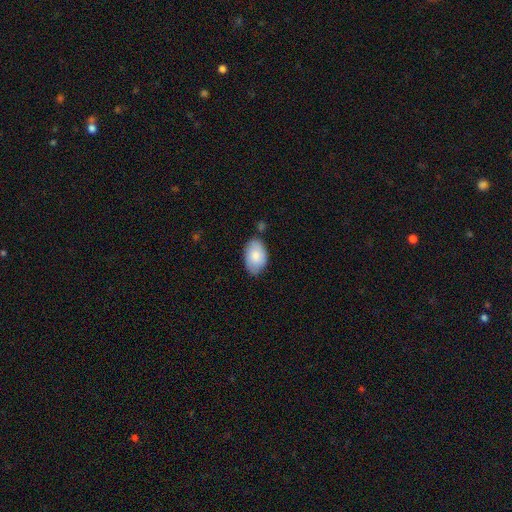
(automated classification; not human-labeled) A smooth galaxy with no disk features (81%) that is in between round and cigar-shaped (93%).

Vote fractions:
- Smooth or featured? smooth: 81% / featured or disk: 13% / star or artifact: 6%
- How rounded? in between: 93% / round: 6% / cigar-shaped: 1%
- Merging? none: 69% / minor disturbance: 22% / merger: 5% / major disturbance: 4%